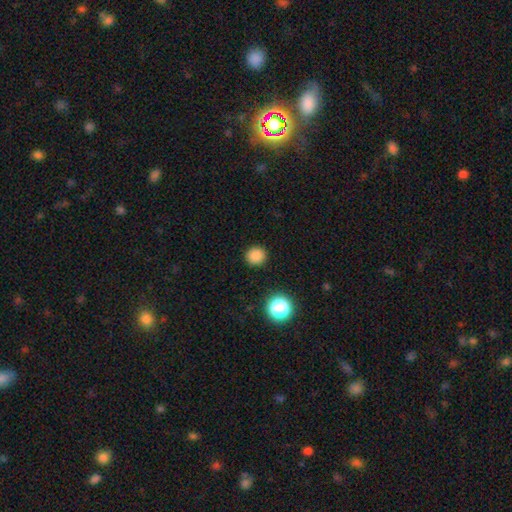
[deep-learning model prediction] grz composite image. It shows a smooth galaxy with no disk features (85%) that is round (92%). Merging: none (92%).